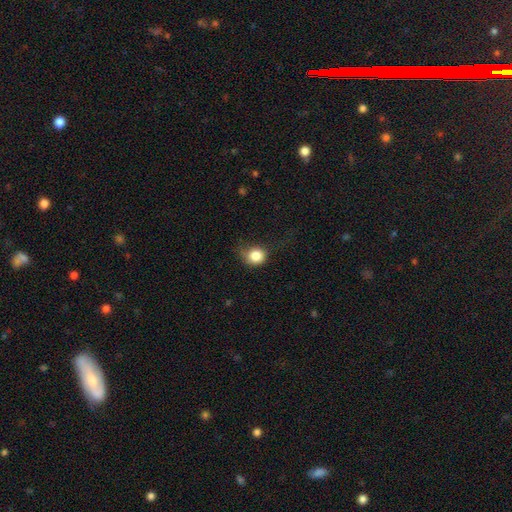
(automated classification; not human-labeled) Morphology: type=smooth (83%); roundness=round (80%); merging=none (54%).